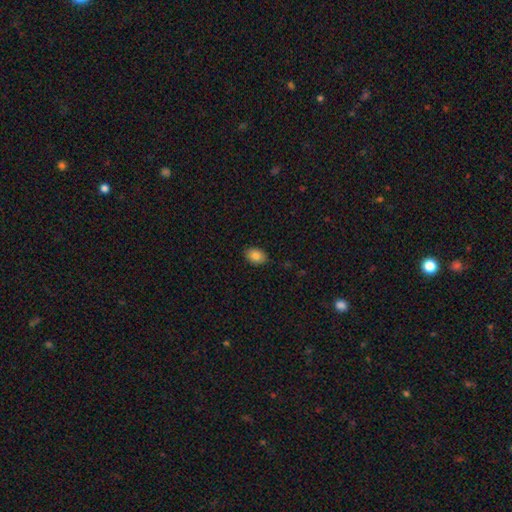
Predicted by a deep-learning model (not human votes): A smooth galaxy with no disk features (85%) that is in between round and cigar-shaped (80%). Merging: none (88%).